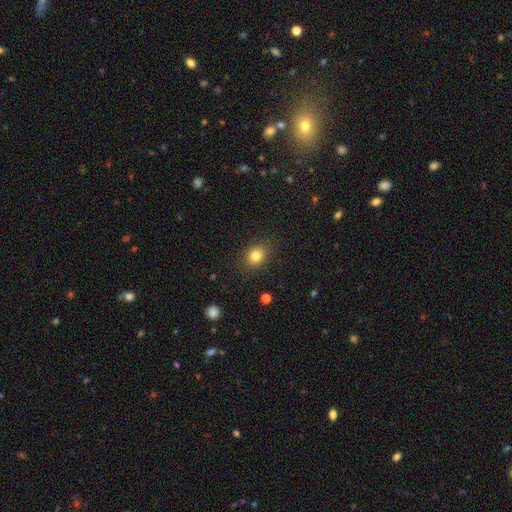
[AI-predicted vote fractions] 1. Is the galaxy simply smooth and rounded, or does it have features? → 82% smooth, 11% star or artifact, 7% featured or disk.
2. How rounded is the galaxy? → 60% round, 39% in between, 1% cigar-shaped.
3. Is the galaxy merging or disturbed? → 85% none, 10% minor disturbance, 3% major disturbance, 1% merger.